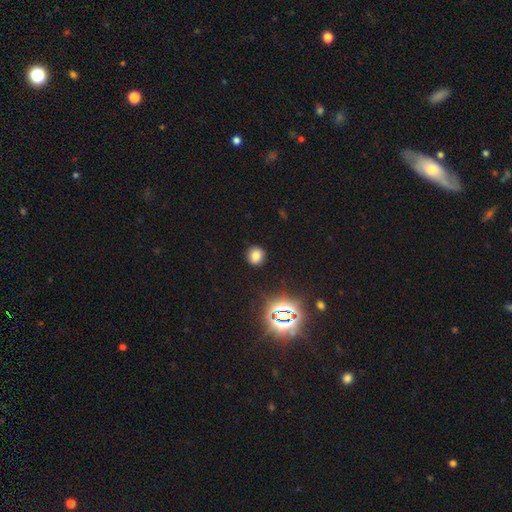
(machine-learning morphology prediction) Smooth or featured? smooth (74%)
How rounded? round (84%)
Merging? none (89%)